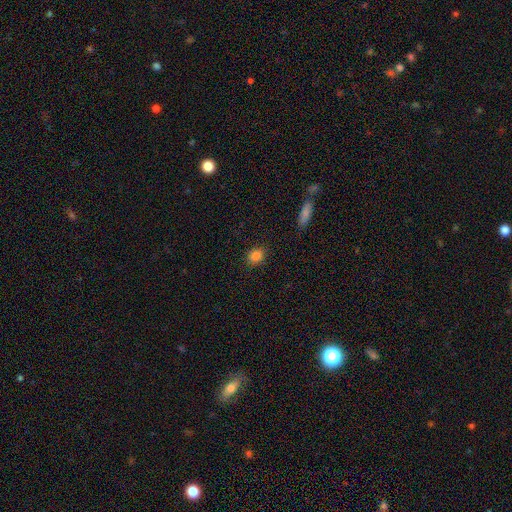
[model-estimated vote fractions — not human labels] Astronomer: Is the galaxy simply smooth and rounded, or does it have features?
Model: smooth — 84%.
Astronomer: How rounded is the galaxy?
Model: round — 56% (runner-up: in between, 42%).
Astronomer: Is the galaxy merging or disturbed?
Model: none — 87%.